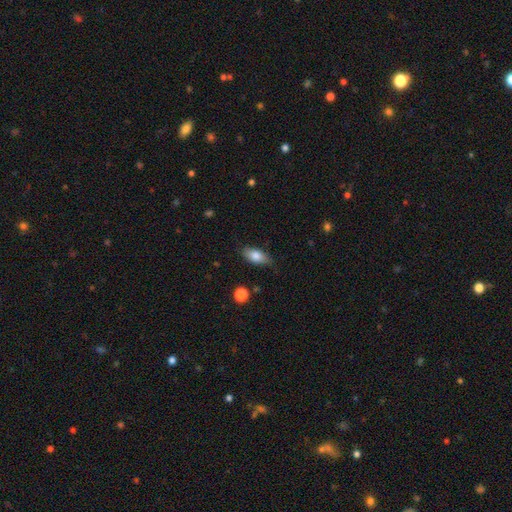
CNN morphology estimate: Overall: smooth (79%). How rounded: in between (85%). Merging: none (80%).